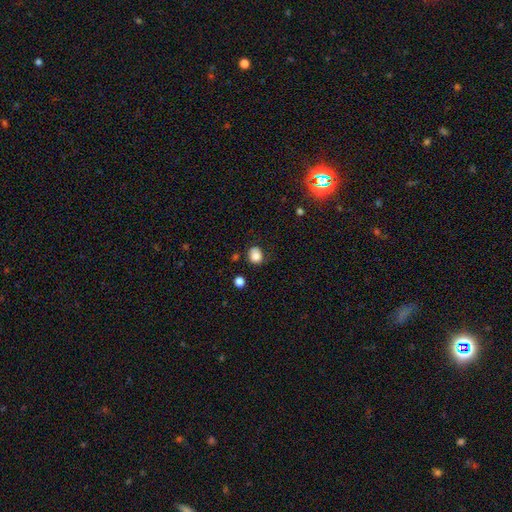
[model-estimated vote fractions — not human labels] A smooth galaxy with no disk features (83%) that is round (69%). Merging: none (68%).